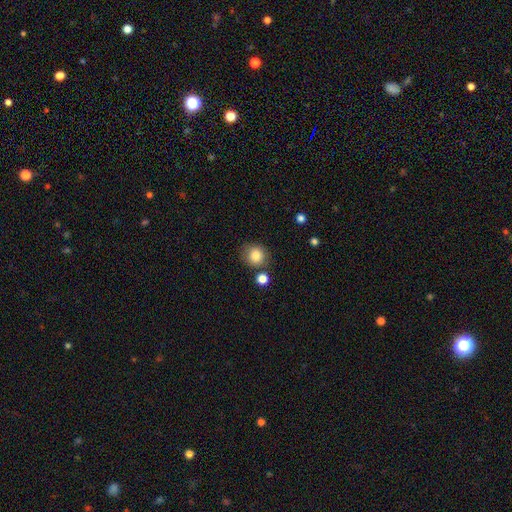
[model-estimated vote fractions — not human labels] Morphology: type=smooth (85%); roundness=round (85%); merging=none (77%).